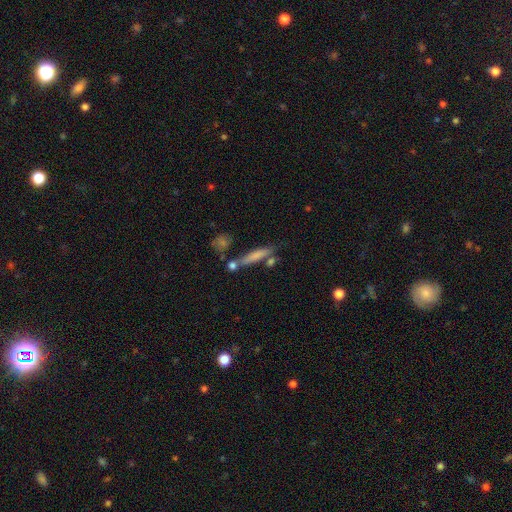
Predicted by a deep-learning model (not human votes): Smooth or featured? smooth (67%)
How rounded? cigar-shaped (85%)
Merging? none (66%)